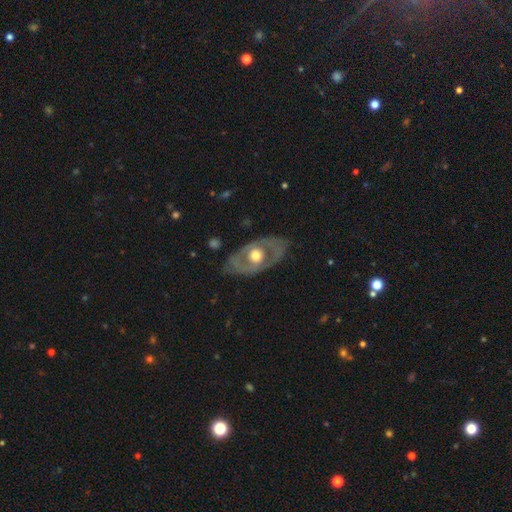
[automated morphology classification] Smooth or featured?
  - featured or disk: 68% *
  - smooth: 28%
  - star or artifact: 4%
Edge-on disk?
  - no: 88% *
  - yes: 12%
Bar?
  - no: 86% *
  - weak: 11%
  - strong: 3%
Spiral arms?
  - no: 73% *
  - yes: 27%
Bulge size?
  - moderate: 64% *
  - large: 29%
  - small: 4%
  - dominant: 1%
  - none: 1%
Merging?
  - none: 73% *
  - minor disturbance: 18%
  - major disturbance: 8%
  - merger: 1%